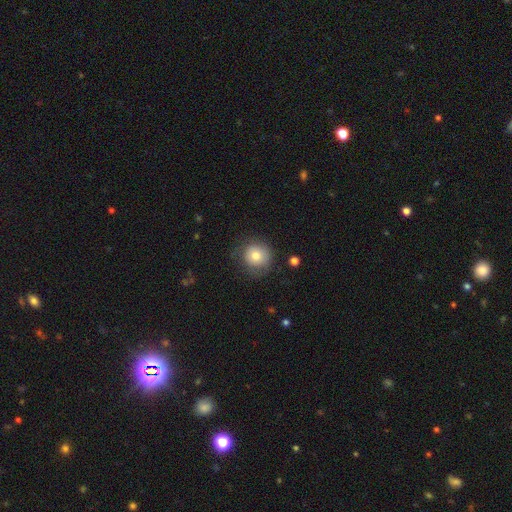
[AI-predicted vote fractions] Smooth or featured?
  - smooth: 75% *
  - featured or disk: 15%
  - star or artifact: 10%
How rounded?
  - round: 92% *
  - in between: 7%
  - cigar-shaped: 1%
Merging?
  - none: 75% *
  - minor disturbance: 17%
  - major disturbance: 7%
  - merger: 2%